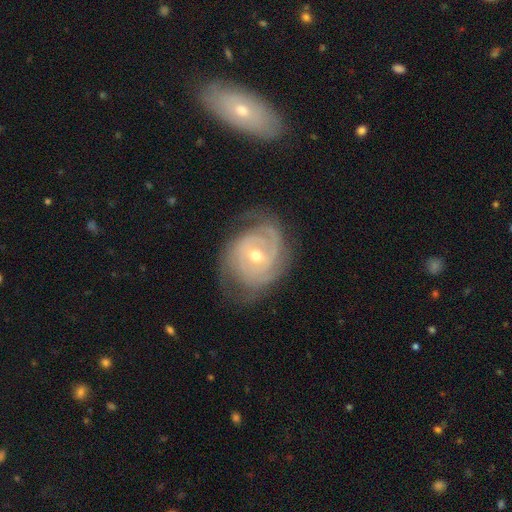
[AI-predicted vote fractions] smooth-or-featured: featured or disk: 84% | smooth: 10% | star or artifact: 5%
  disk-edge-on: no: 96% | yes: 4%
    bar: no: 60% | weak: 32% | strong: 8%
    has-spiral-arms: yes: 93% | no: 7%
      spiral-winding: tight: 72% | medium: 22% | loose: 6%
      spiral-arm-count: can't tell: 32% | 2: 30% | 3: 21% | 1: 7% | 4: 6% | more than 4: 4%
    bulge-size: moderate: 60% | small: 37% | large: 2% | none: 1% | dominant: 1%
  merging: none: 68% | minor disturbance: 21% | major disturbance: 10% | merger: 1%